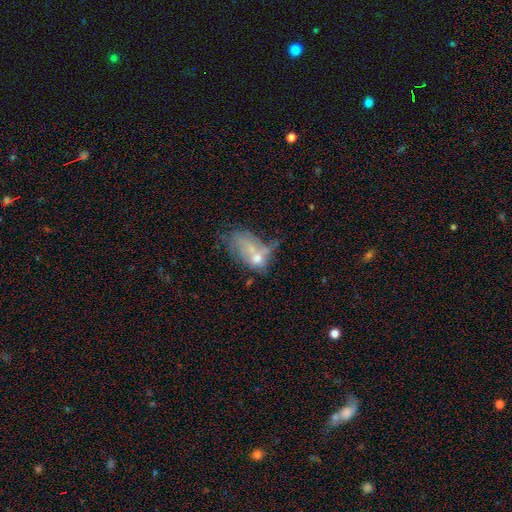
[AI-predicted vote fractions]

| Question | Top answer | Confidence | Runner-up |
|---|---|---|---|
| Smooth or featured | smooth | 45% | featured or disk (44%) |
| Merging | merger | 35% | major disturbance (32%) |